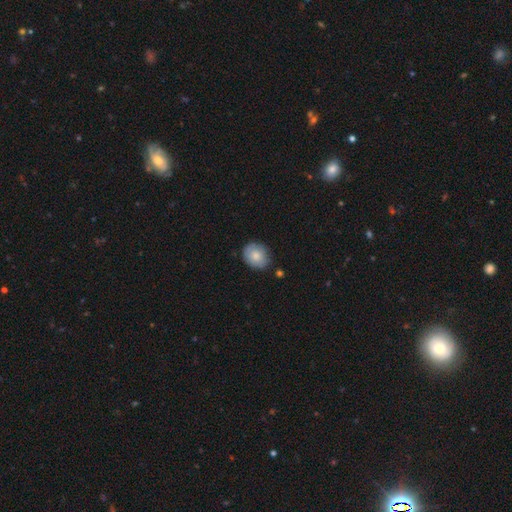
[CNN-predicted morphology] Smooth or featured? smooth (79%)
How rounded? round (56%)
Merging? none (72%)